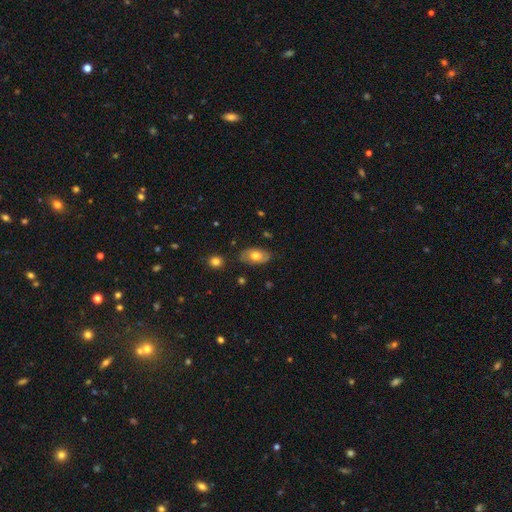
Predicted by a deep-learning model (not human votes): Morphology: type=smooth (65%); roundness=in between (91%); merging=none (79%).